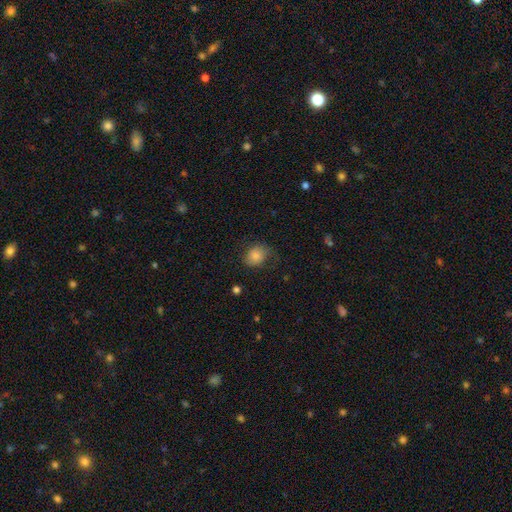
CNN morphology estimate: Overall: smooth (81%). How rounded: round (53%; in between 46%). Merging: none (65%).